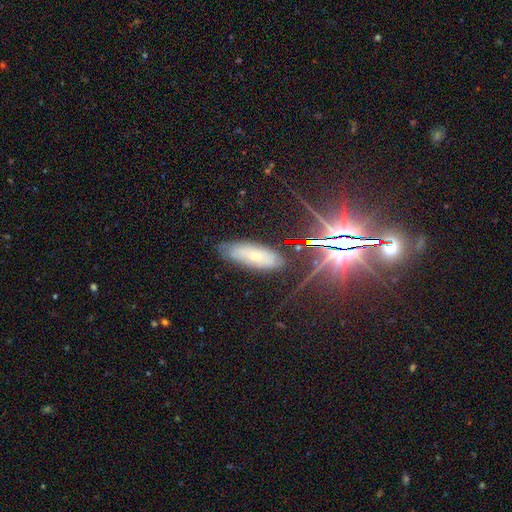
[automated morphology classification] Smooth or featured: featured or disk — 35% (smooth — 33%)
Merging: none — 76% (minor disturbance — 17%)